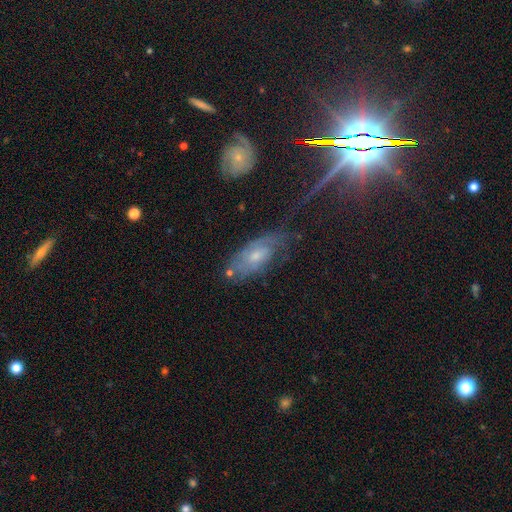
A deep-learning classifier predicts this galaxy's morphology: Smooth or featured?
  - featured or disk: 54% *
  - smooth: 30%
  - star or artifact: 16%
Edge-on disk?
  - no: 85% *
  - yes: 15%
Merging?
  - none: 58% *
  - minor disturbance: 26%
  - major disturbance: 11%
  - merger: 4%